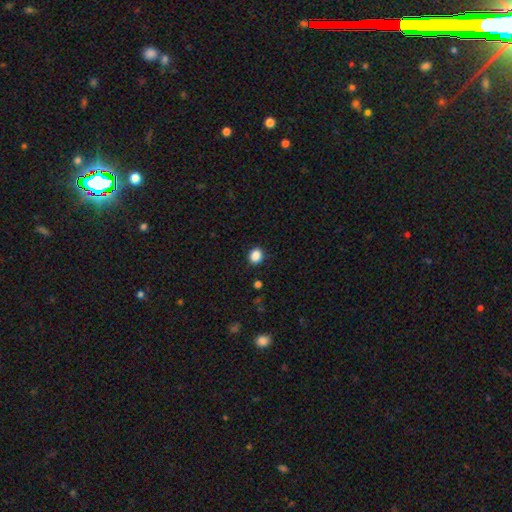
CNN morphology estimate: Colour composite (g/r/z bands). It shows a smooth galaxy with no disk features (87%) that is round (60%). Merging: none (89%).